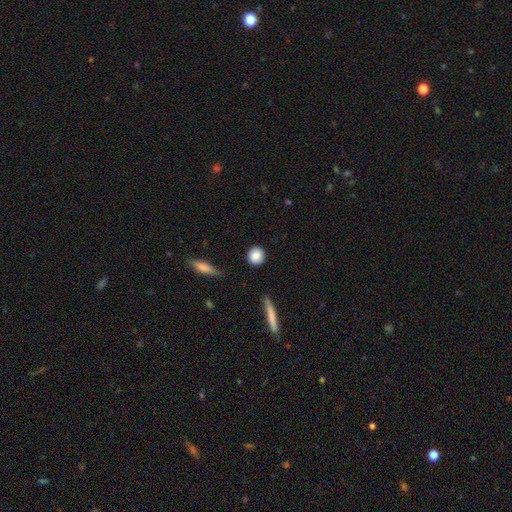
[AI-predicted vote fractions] smooth_or_featured: smooth (p=0.86) [alt: star or artifact p=0.07]
how_rounded: round (p=0.88) [alt: in between p=0.09]
merging: none (p=0.89) [alt: minor disturbance p=0.07]